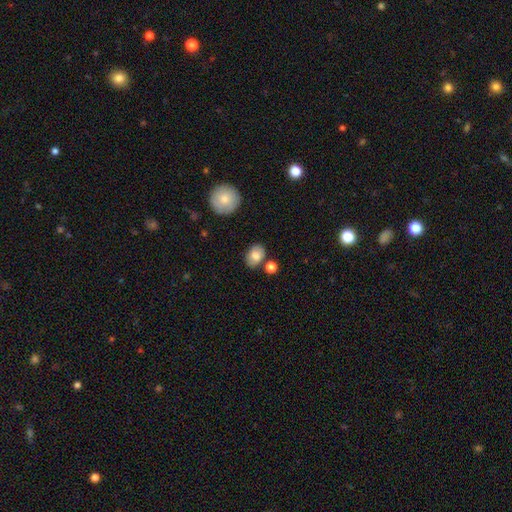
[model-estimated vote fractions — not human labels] Q: Smooth or featured?
A: smooth (79%); runner-up: featured or disk (13%)
Q: How rounded?
A: in between (70%); runner-up: round (29%)
Q: Merging?
A: none (72%); runner-up: minor disturbance (15%)